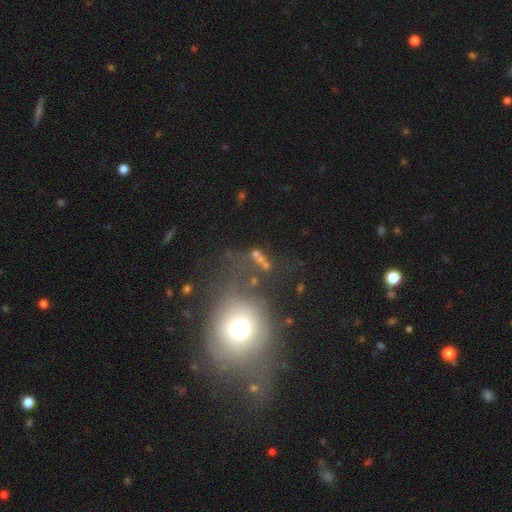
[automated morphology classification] Q: Smooth or featured?
A: smooth (42%); runner-up: star or artifact (33%)
Q: Merging?
A: none (48%); runner-up: major disturbance (23%)